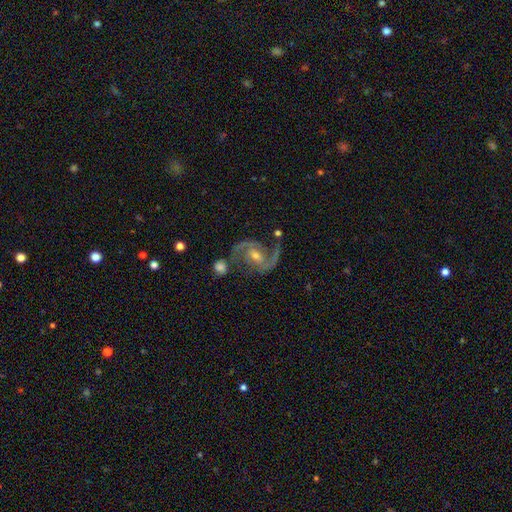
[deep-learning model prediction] The model was most divided on "bulge size": moderate: 52%, small: 43%, large: 2%, none: 2%, dominant: 1%. Remaining: spiral arms — yes (98%); edge-on disk — no (98%); spiral arm count — 2 (93%); smooth or featured — featured or disk (91%); merging — none (66%); spiral winding — medium (61%); bar — weak (45%).